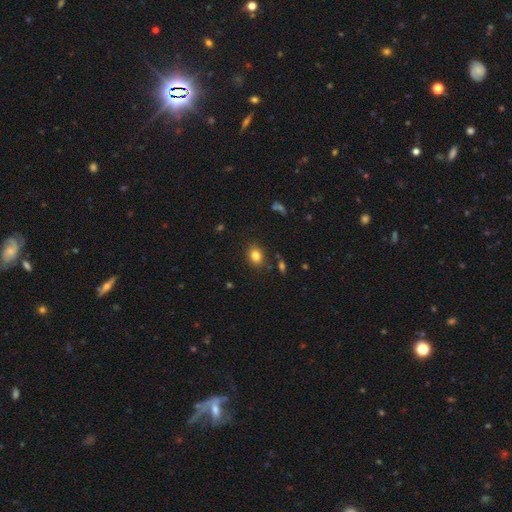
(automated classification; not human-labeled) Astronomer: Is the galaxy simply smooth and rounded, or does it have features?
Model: smooth — 82%.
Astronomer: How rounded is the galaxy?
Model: in between — 54% (runner-up: round, 45%).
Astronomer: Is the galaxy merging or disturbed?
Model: none — 85%.